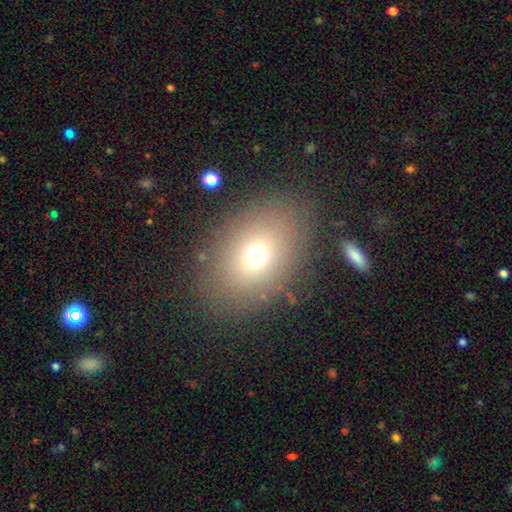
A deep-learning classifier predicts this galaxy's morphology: smooth_or_featured: smooth (p=0.71) [alt: featured or disk p=0.15]
how_rounded: in between (p=0.74) [alt: round p=0.25]
merging: none (p=0.83) [alt: minor disturbance p=0.09]